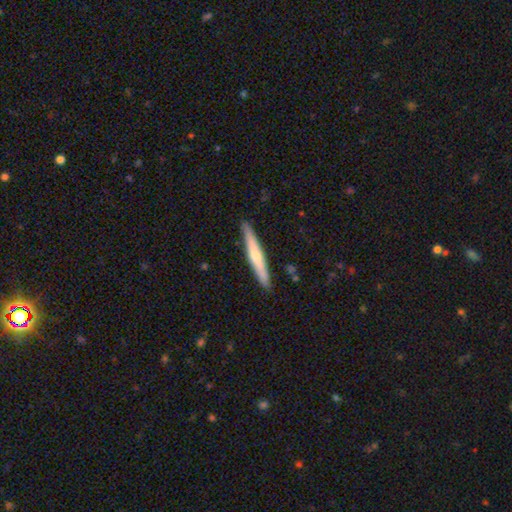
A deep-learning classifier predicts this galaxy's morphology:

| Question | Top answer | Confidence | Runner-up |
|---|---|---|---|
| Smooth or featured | featured or disk | 48% | smooth (47%) |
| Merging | none | 89% | minor disturbance (8%) |